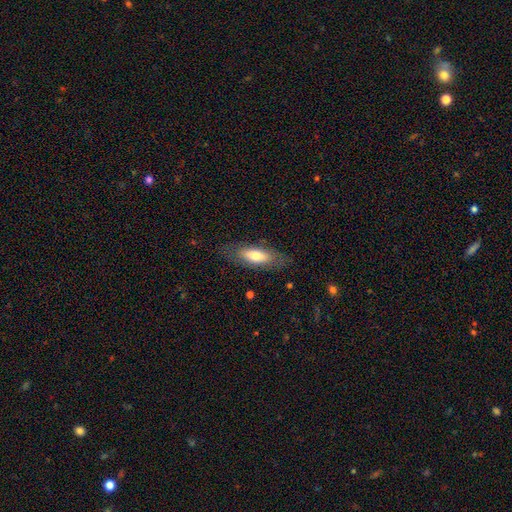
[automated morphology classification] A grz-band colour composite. It shows a smooth galaxy with no disk features (68%) that is in between round and cigar-shaped (68%). Merging: none (77%).